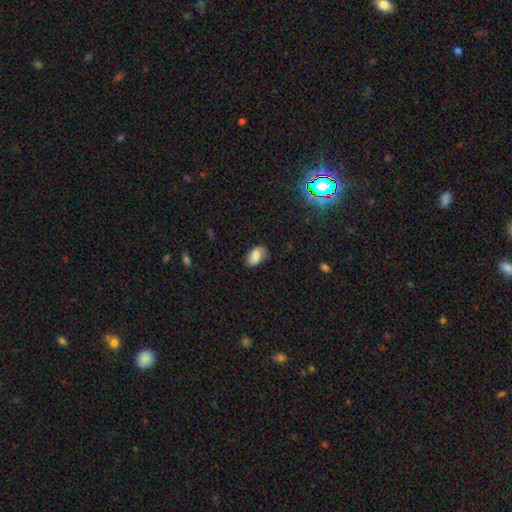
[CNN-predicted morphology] Smooth or featured? smooth (76%)
How rounded? in between (91%)
Merging? none (69%)